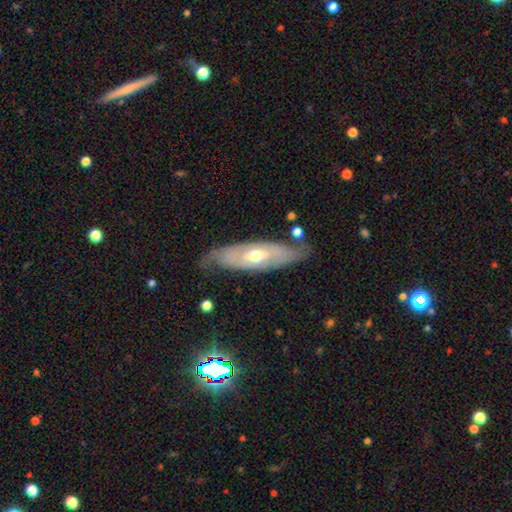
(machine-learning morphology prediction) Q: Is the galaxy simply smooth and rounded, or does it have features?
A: featured or disk — 67%.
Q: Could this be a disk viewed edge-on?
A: no — 69%.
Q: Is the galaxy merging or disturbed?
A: none — 71%.